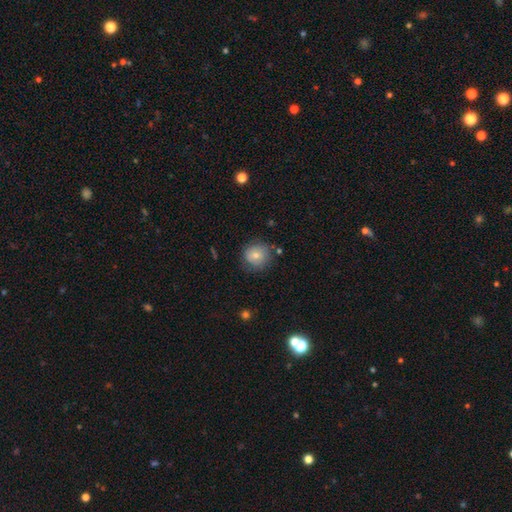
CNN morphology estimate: A smooth galaxy with no disk features (72%) that is round (87%).

Vote fractions:
- Smooth or featured? smooth: 72% / featured or disk: 19% / star or artifact: 9%
- How rounded? round: 87% / in between: 12% / cigar-shaped: 1%
- Merging? none: 72% / minor disturbance: 19% / major disturbance: 6% / merger: 3%